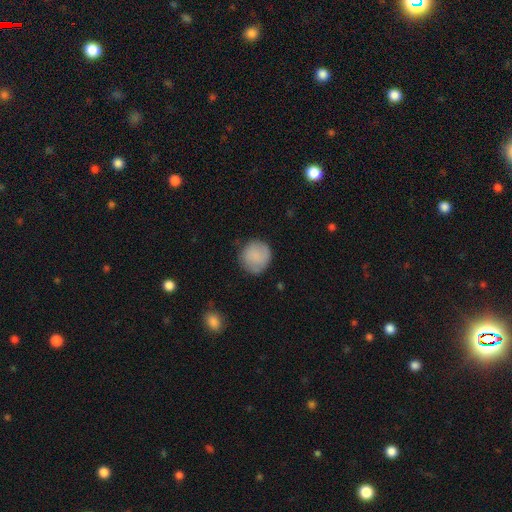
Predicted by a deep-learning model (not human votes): Smooth or featured?
  - smooth: 83% *
  - featured or disk: 10%
  - star or artifact: 7%
How rounded?
  - round: 91% *
  - in between: 8%
  - cigar-shaped: 1%
Merging?
  - none: 80% *
  - minor disturbance: 14%
  - major disturbance: 4%
  - merger: 1%